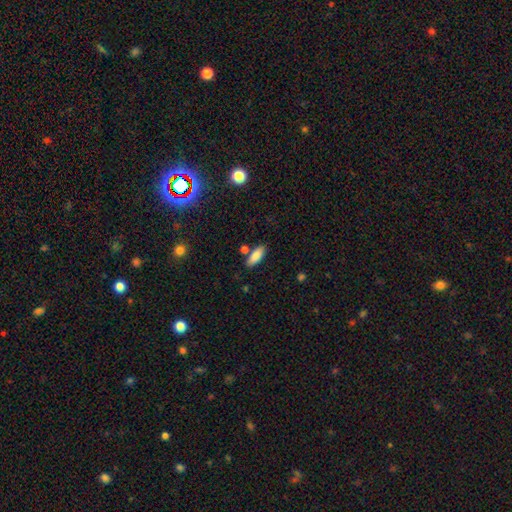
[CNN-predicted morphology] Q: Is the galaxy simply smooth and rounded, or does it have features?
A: smooth — 84%.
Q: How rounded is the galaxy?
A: in between — 73%.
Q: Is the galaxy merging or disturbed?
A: none — 77%.